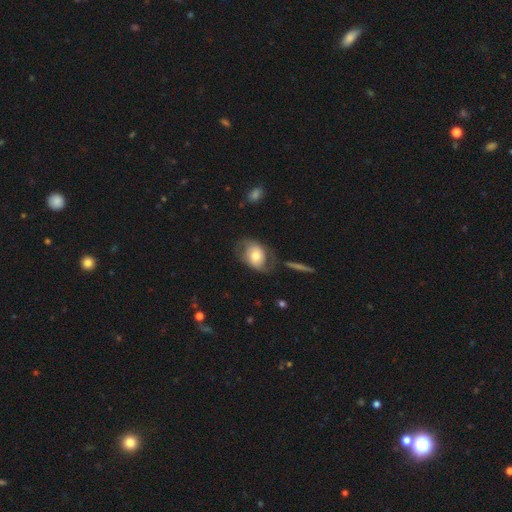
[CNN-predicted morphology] Q: Smooth or featured?
A: featured or disk (48%); runner-up: smooth (45%)
Q: Merging?
A: none (56%); runner-up: minor disturbance (24%)